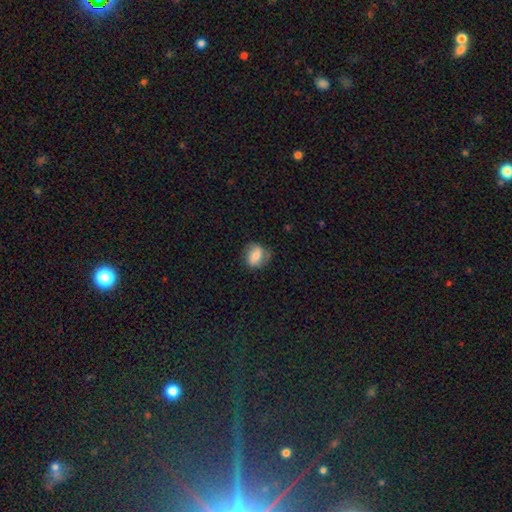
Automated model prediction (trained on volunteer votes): Smooth or featured? Predicted: smooth (p=0.65). How rounded? Predicted: round (p=0.54). Merging? Predicted: none (p=0.68).